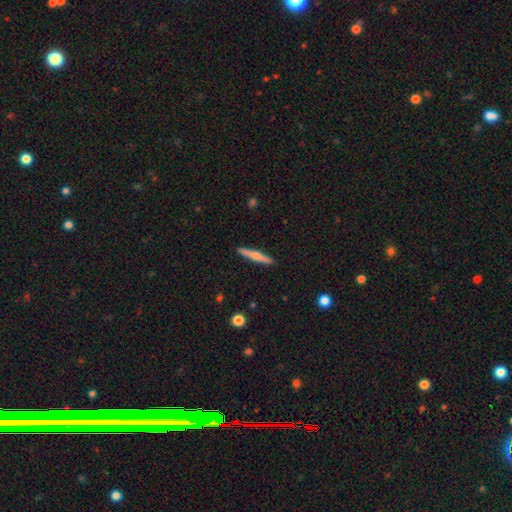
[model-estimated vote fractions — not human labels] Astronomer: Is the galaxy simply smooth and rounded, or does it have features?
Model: smooth — 47%, tied with featured or disk at 47%.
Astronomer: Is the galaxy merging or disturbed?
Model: none — 91%.